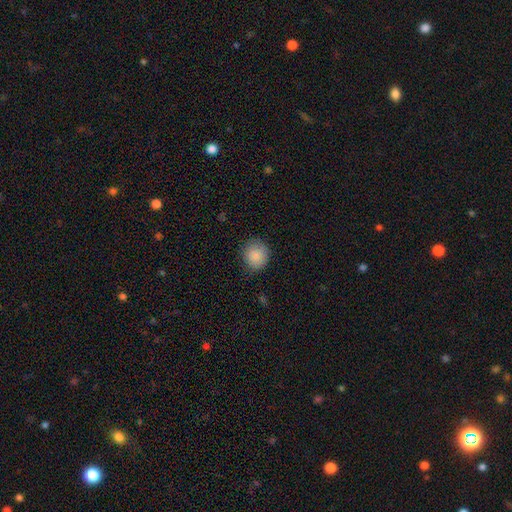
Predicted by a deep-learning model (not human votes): smooth_or_featured: smooth (p=0.87) [alt: star or artifact p=0.08]
how_rounded: round (p=0.84) [alt: in between p=0.15]
merging: none (p=0.82) [alt: minor disturbance p=0.14]